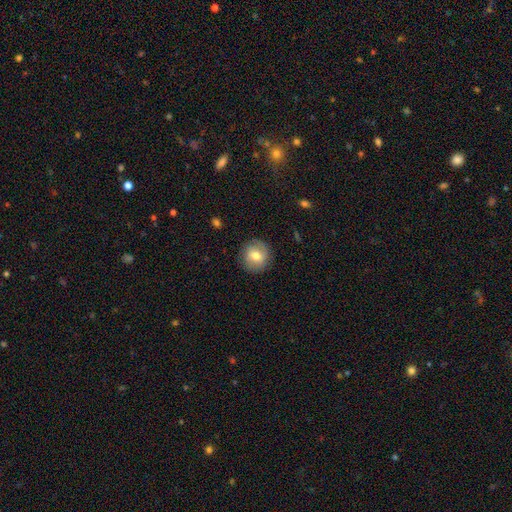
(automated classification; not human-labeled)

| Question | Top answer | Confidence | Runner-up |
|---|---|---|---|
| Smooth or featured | smooth | 68% | featured or disk (24%) |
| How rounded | round | 90% | in between (9%) |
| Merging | none | 87% | minor disturbance (9%) |